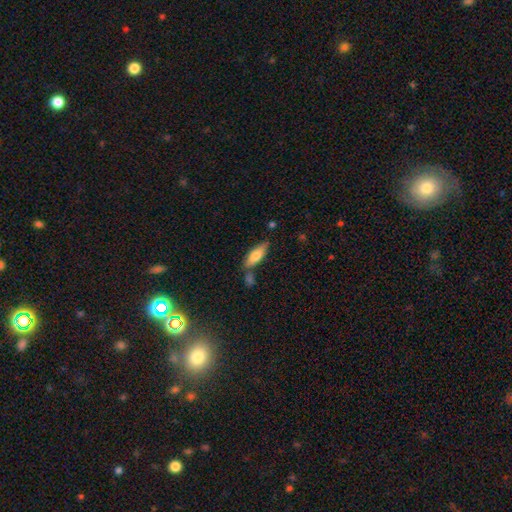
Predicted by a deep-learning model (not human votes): Morphology: type=smooth (72%); roundness=in between (54%); merging=none (67%).